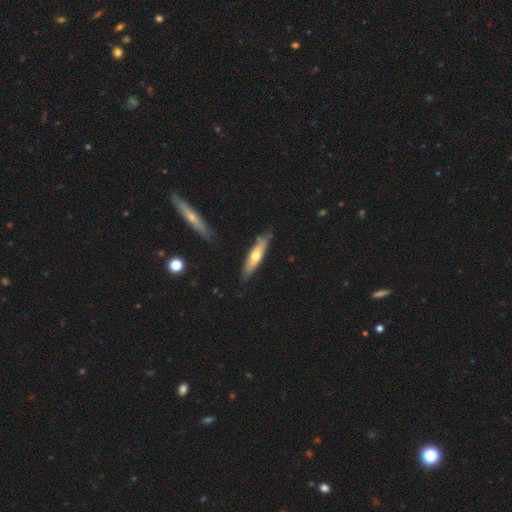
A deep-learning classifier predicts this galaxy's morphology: type=smooth (51%); roundness=cigar-shaped (70%); merging=none (80%).